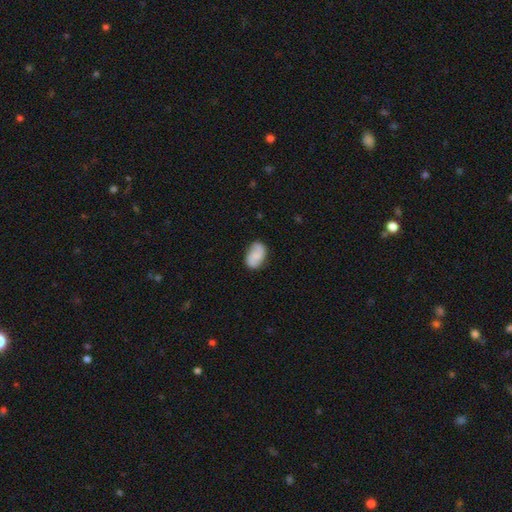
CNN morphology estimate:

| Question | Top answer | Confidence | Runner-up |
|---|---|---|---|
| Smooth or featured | smooth | 51% | featured or disk (42%) |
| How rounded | in between | 85% | round (13%) |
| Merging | none | 74% | minor disturbance (20%) |